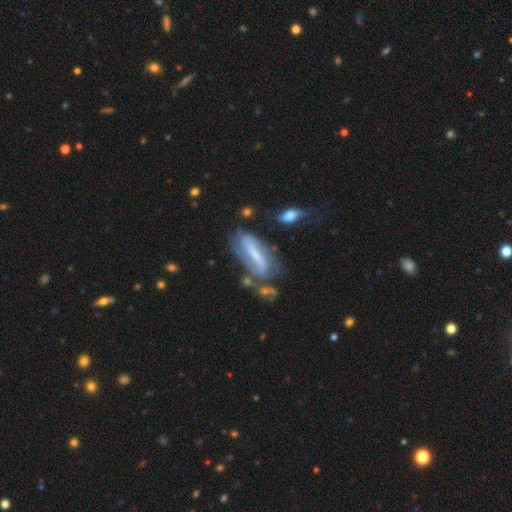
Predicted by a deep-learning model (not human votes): A featured or disk galaxy (78%) with a strong bar (59%), 2 (73%) medium (40%) spiral arms (86%) and a small central bulge (49%).

Vote fractions:
- Smooth or featured? featured or disk: 78% / smooth: 15% / star or artifact: 7%
- Edge-on disk? no: 85% / yes: 15%
- Bar? strong: 59% / weak: 28% / no: 13%
- Spiral arms? yes: 86% / no: 14%
- Spiral winding? medium: 40% / loose: 31% / tight: 29%
- Spiral arm count? 2: 73% / can't tell: 17% / 1: 4% / 3: 3% / 4: 2% / more than 4: 1%
- Bulge size? small: 49% / moderate: 27% / none: 18% / large: 4% / dominant: 1%
- Merging? none: 54% / minor disturbance: 22% / major disturbance: 14% / merger: 10%